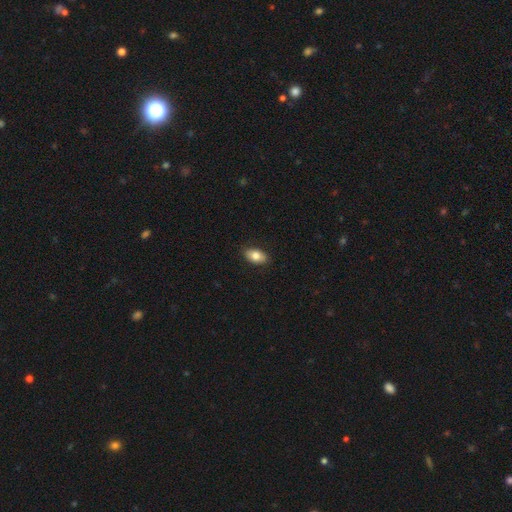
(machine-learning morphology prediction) smooth-or-featured: smooth: 81% | featured or disk: 12% | star or artifact: 7%
  how-rounded: in between: 90% | round: 8% | cigar-shaped: 2%
  merging: none: 88% | minor disturbance: 9% | major disturbance: 2% | merger: 1%